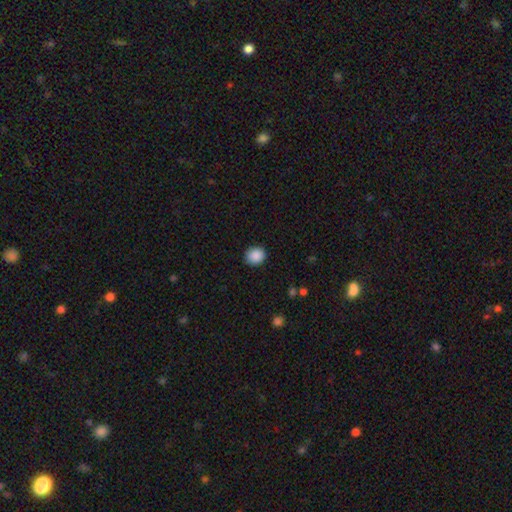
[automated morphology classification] Smooth or featured? smooth (89%)
How rounded? round (71%)
Merging? none (90%)